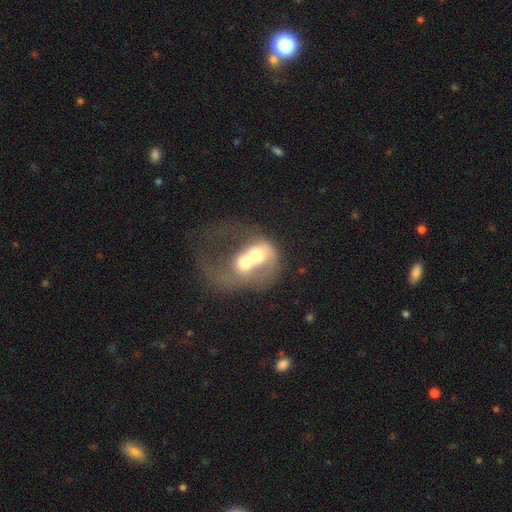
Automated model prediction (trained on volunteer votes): Overall: featured or disk (53%; smooth 40%). Edge-on disk: no (97%). Bar: no (82%). Spiral arms: no (63%; yes 37%). Bulge size: moderate (57%; large 25%). Merging: merger (78%).